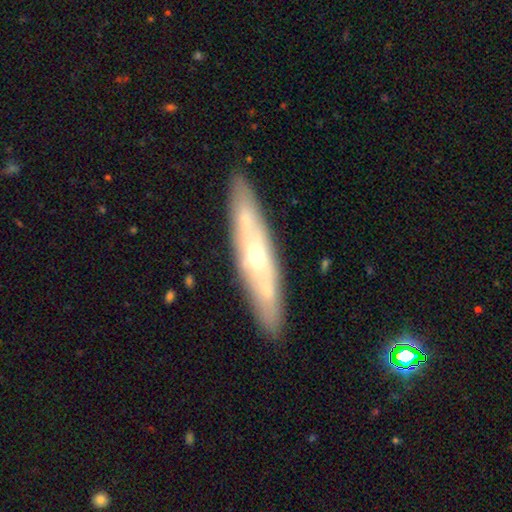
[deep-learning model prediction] Smooth or featured: featured or disk — 53% (smooth — 41%)
Edge-on disk: yes — 51% (no — 49%)
Merging: none — 80% (minor disturbance — 12%)